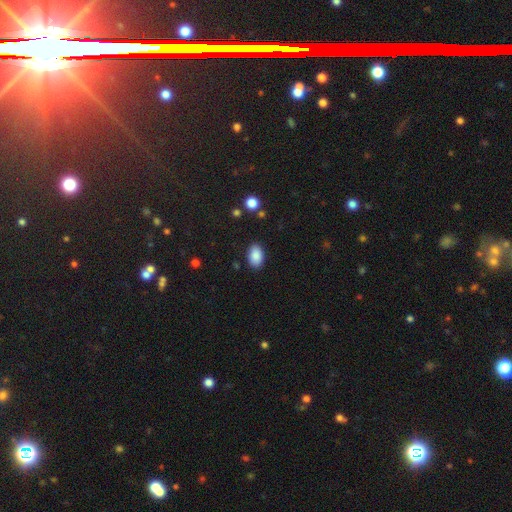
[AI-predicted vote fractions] Smooth or featured?
  - smooth: 88% *
  - star or artifact: 7%
  - featured or disk: 5%
How rounded?
  - in between: 91% *
  - round: 8%
  - cigar-shaped: 1%
Merging?
  - none: 87% *
  - minor disturbance: 9%
  - major disturbance: 2%
  - merger: 1%